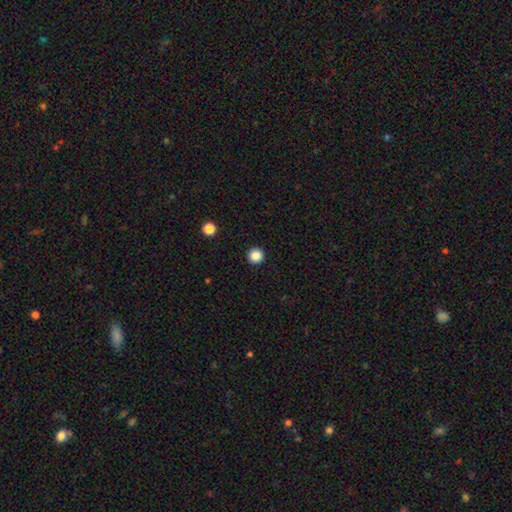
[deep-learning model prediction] smooth_or_featured: smooth (p=0.86) [alt: star or artifact p=0.11]
how_rounded: round (p=0.96) [alt: in between p=0.03]
merging: none (p=0.94) [alt: minor disturbance p=0.04]